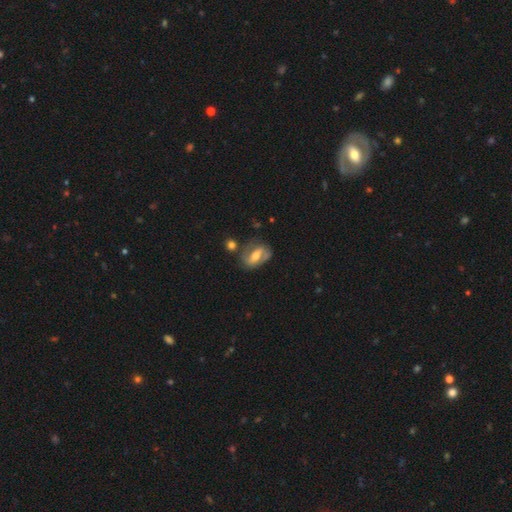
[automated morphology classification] smooth_or_featured: featured or disk (p=0.64) [alt: smooth p=0.29]
disk_edge_on: no (p=0.92) [alt: yes p=0.08]
bar: strong (p=0.45) [alt: weak p=0.34]
has_spiral_arms: yes (p=0.70) [alt: no p=0.30]
bulge_size: moderate (p=0.67) [alt: small p=0.22]
merging: none (p=0.63) [alt: minor disturbance p=0.21]